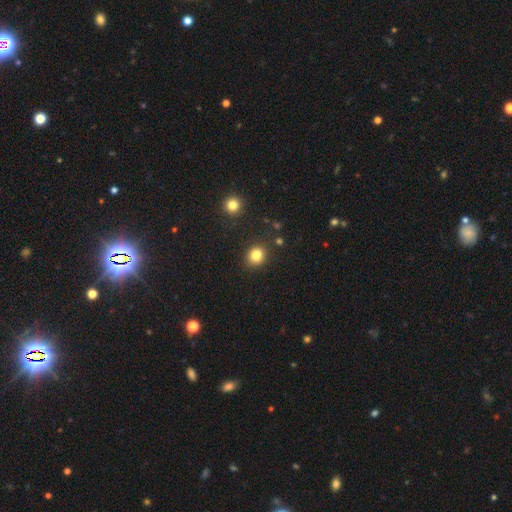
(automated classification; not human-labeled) A smooth galaxy with no disk features (83%) that is round (71%). Merging: none (84%).